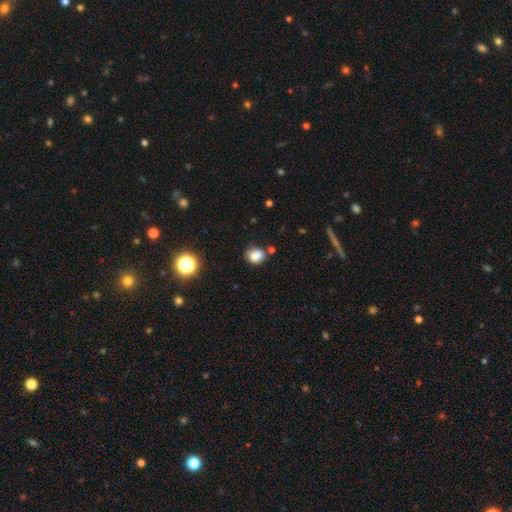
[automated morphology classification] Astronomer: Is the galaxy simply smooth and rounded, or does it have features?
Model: smooth — 82%.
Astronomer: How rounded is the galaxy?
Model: round — 57% (runner-up: in between, 42%).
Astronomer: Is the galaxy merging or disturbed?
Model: none — 67%.